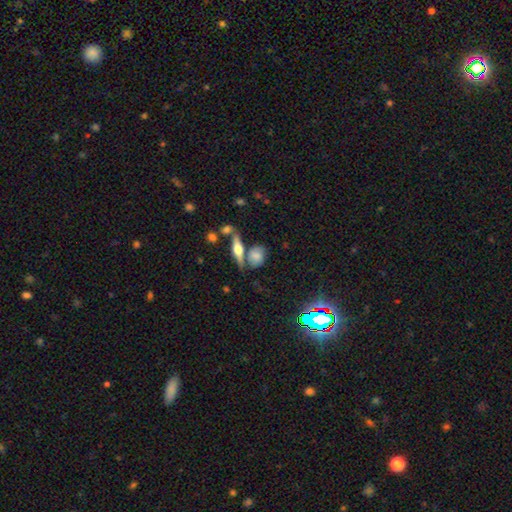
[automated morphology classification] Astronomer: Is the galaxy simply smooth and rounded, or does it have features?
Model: smooth — 55% (runner-up: featured or disk, 34%).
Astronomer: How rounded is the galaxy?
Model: in between — 58%.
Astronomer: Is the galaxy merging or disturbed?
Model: none — 59%.